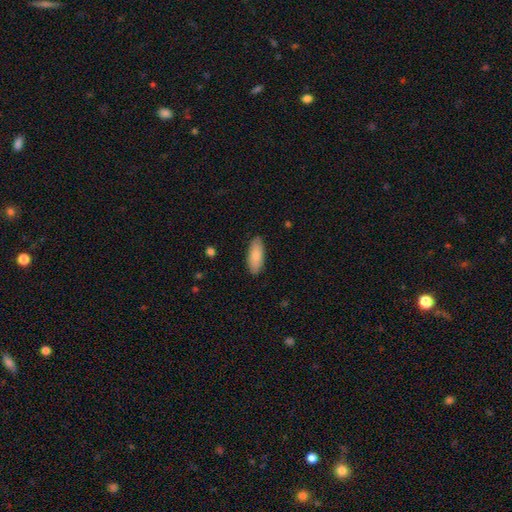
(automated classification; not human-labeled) Morphology: type=smooth (84%); roundness=in between (81%); merging=none (87%).